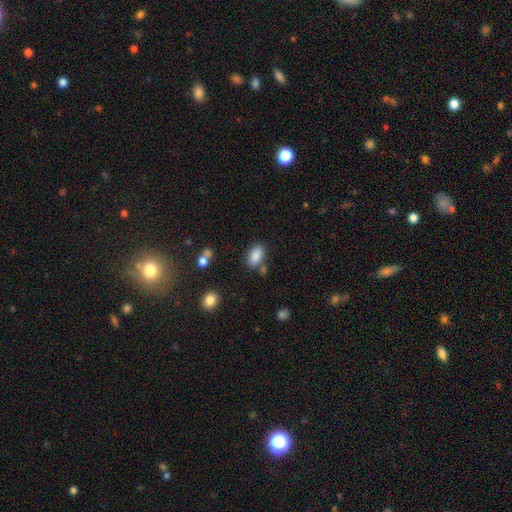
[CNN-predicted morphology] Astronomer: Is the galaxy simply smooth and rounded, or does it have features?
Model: smooth — 87%.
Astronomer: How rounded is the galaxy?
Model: in between — 92%.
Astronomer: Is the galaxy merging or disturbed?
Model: none — 72%.